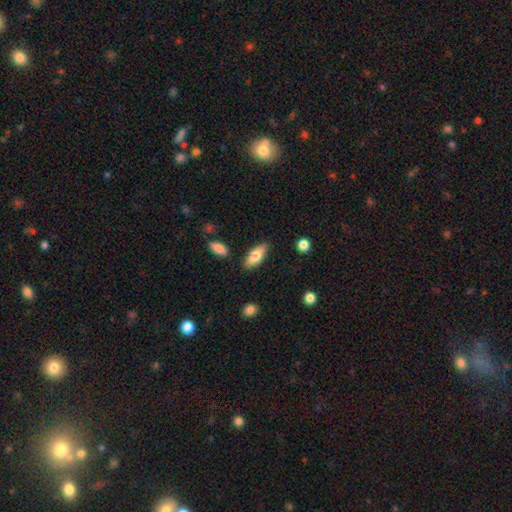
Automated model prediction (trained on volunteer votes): Smooth or featured?
  - smooth: 77% *
  - featured or disk: 17%
  - star or artifact: 6%
How rounded?
  - in between: 75% *
  - cigar-shaped: 23%
  - round: 2%
Merging?
  - none: 82% *
  - minor disturbance: 12%
  - merger: 3%
  - major disturbance: 3%